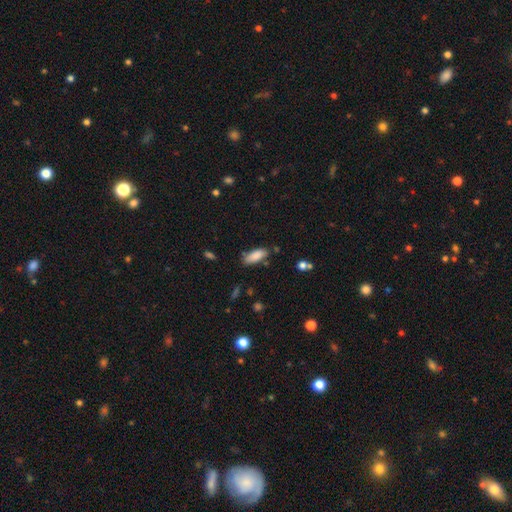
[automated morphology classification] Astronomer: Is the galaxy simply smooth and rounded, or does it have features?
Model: smooth — 86%.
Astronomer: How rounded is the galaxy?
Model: in between — 72%.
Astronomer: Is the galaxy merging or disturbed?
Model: none — 75%.